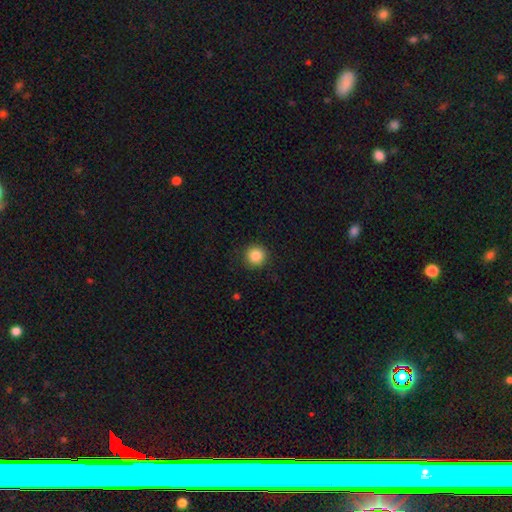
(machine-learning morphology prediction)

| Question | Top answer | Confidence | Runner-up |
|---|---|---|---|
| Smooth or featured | smooth | 85% | star or artifact (10%) |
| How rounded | round | 94% | in between (5%) |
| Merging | none | 91% | minor disturbance (6%) |